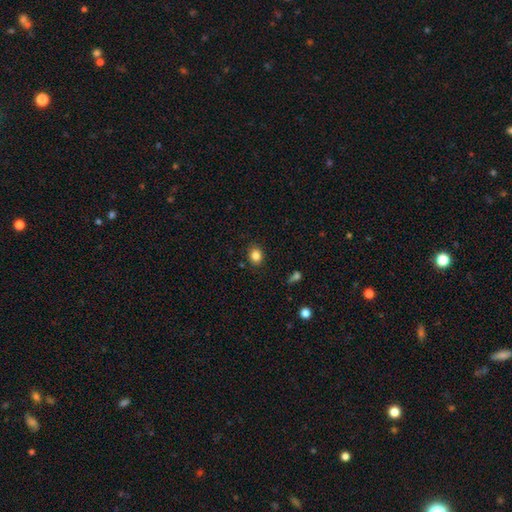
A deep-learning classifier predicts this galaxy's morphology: This appears to be a smooth galaxy with no disk features (84%) that is round (63%). Merging: none (87%).